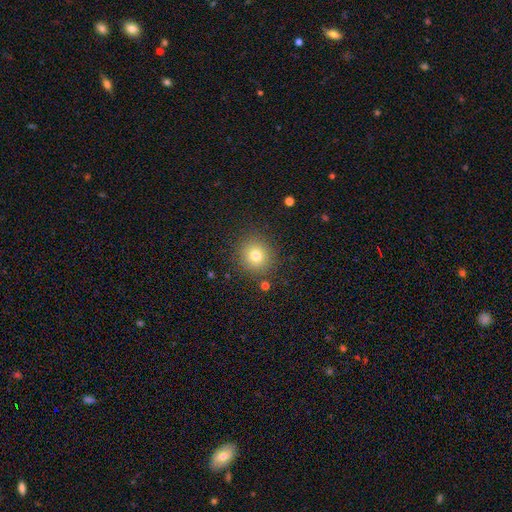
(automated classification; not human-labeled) The model was most divided on "smooth or featured": smooth: 77%, star or artifact: 14%, featured or disk: 9%. More confident: how rounded — round (91%); merging — none (87%).